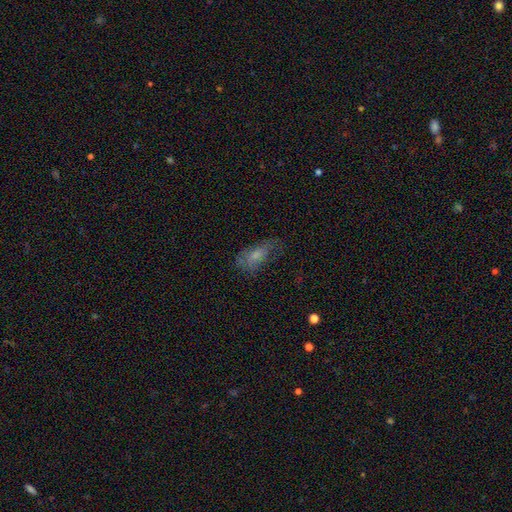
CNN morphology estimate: This is possibly a smooth galaxy (59%). How rounded: likely in between (79%). Merging: possibly none (46%).